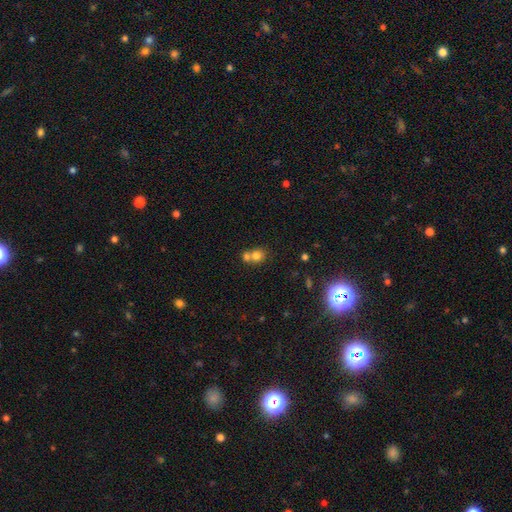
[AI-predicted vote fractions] A smooth galaxy with no disk features (75%) that is round (77%).

Vote fractions:
- Smooth or featured? smooth: 75% / star or artifact: 13% / featured or disk: 12%
- How rounded? round: 77% / in between: 22% / cigar-shaped: 1%
- Merging? merger: 55% / none: 36% / minor disturbance: 6% / major disturbance: 3%